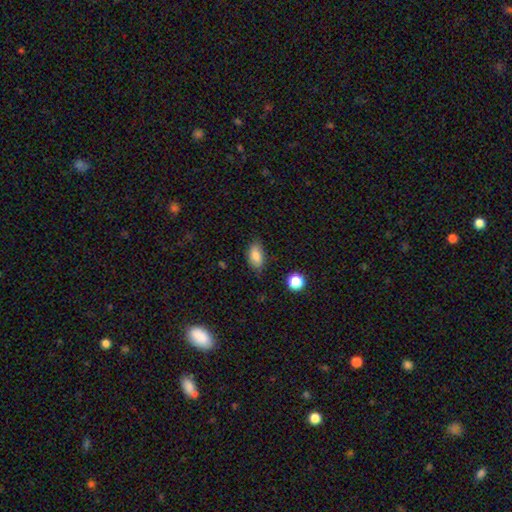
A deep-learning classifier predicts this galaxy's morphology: Overall: smooth (82%). How rounded: in between (89%). Merging: none (78%).